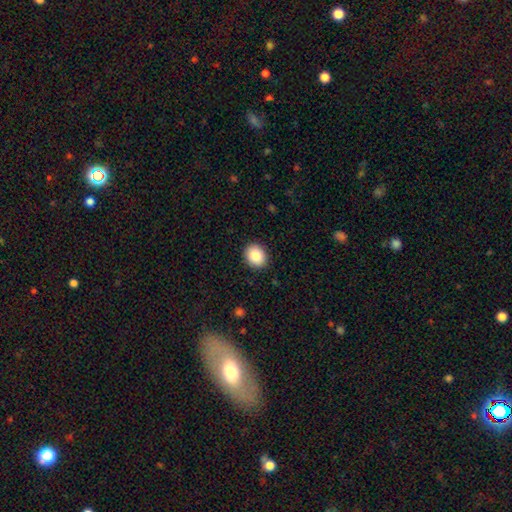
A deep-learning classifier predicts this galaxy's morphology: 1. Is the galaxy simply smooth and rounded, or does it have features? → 86% smooth, 8% star or artifact, 6% featured or disk.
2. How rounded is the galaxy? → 58% round, 41% in between, 1% cigar-shaped.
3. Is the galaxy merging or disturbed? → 90% none, 7% minor disturbance, 2% major disturbance, 1% merger.